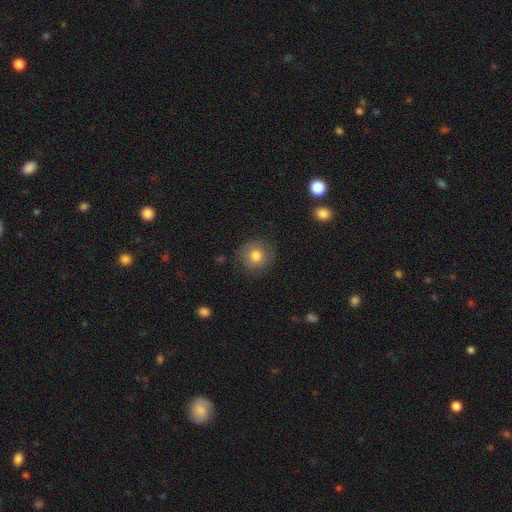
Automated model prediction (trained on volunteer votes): Morphology: type=smooth (77%); roundness=round (91%); merging=none (83%).